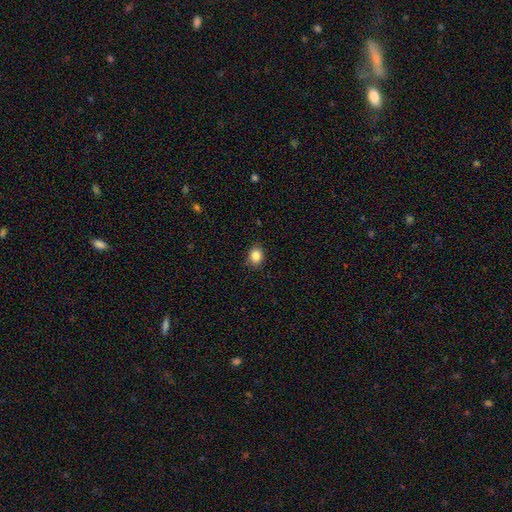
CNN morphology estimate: Q: Smooth or featured?
A: smooth (86%); runner-up: star or artifact (10%)
Q: How rounded?
A: in between (53%); runner-up: round (46%)
Q: Merging?
A: none (85%); runner-up: minor disturbance (12%)